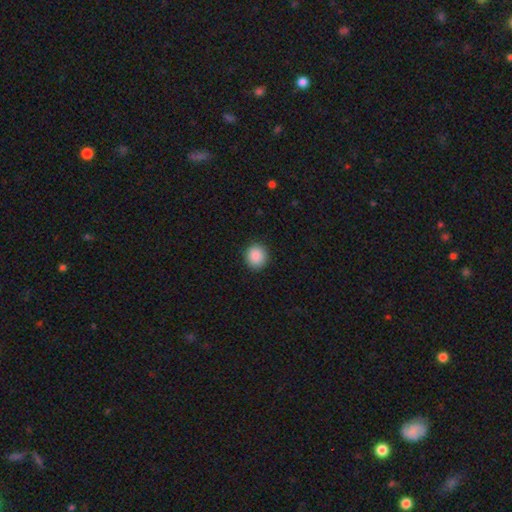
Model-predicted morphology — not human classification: This is clearly a smooth galaxy (89%). How rounded: clearly round (87%). Merging: clearly none (91%).